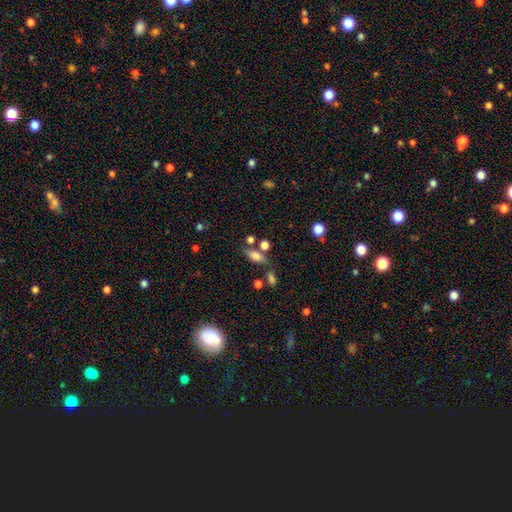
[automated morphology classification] Smooth or featured? smooth (76%)
How rounded? in between (79%)
Merging? none (62%)